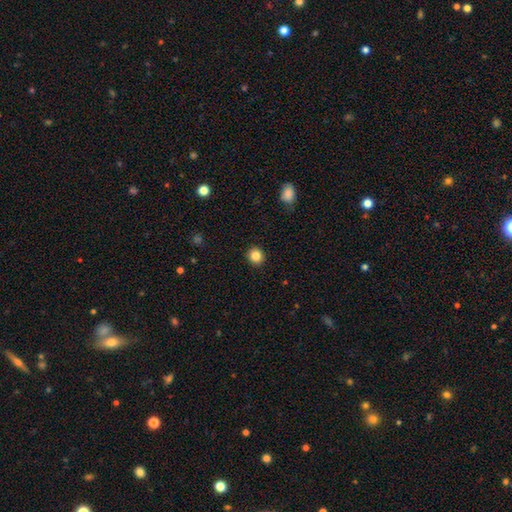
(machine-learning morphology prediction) This appears to be a smooth galaxy with no disk features (85%) that is round (90%). Merging: none (92%).